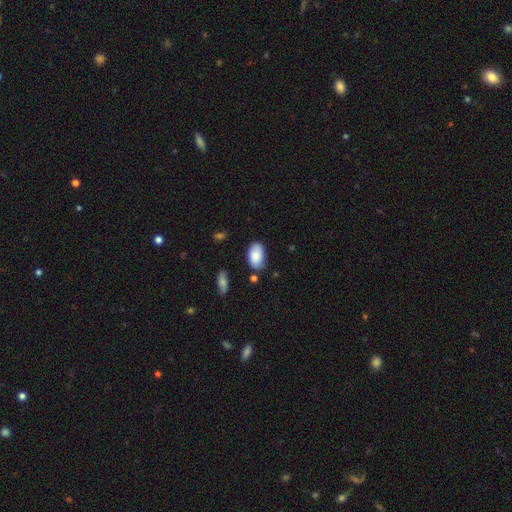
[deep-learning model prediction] smooth 86%, featured or disk 8%, star or artifact 7%. Down the decision tree: how rounded — in between (94%); merging — none (70%).